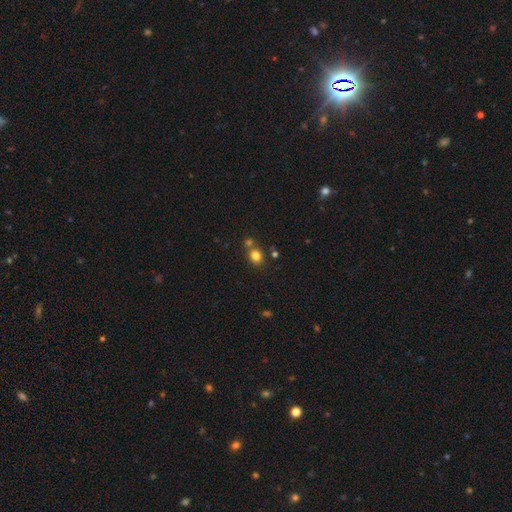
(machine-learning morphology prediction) Q: Smooth or featured?
A: smooth (80%); runner-up: star or artifact (14%)
Q: How rounded?
A: round (77%); runner-up: in between (22%)
Q: Merging?
A: none (67%); runner-up: merger (22%)